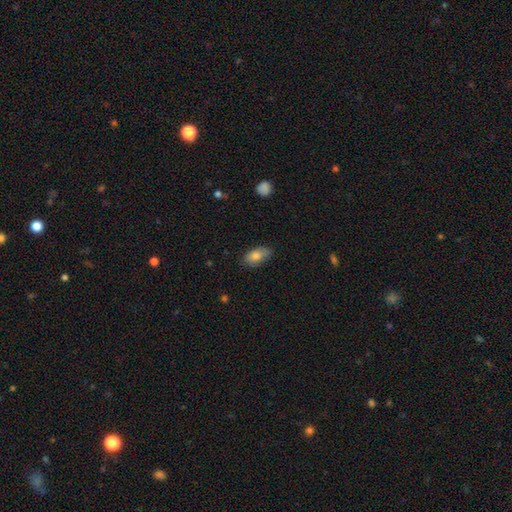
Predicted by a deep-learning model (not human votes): Smooth or featured? smooth (79%)
How rounded? in between (91%)
Merging? none (76%)